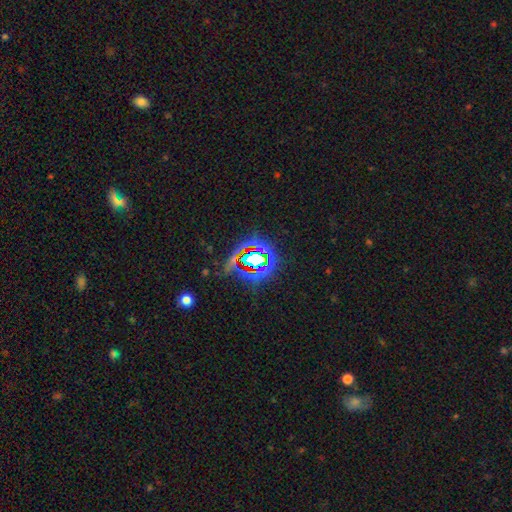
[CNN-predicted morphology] star or artifact 75%, smooth 14%, featured or disk 11%.